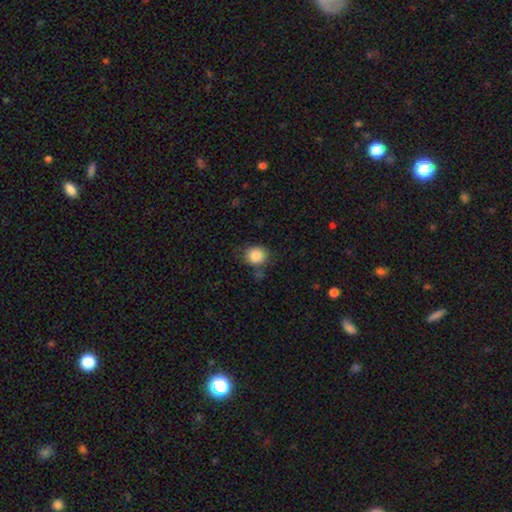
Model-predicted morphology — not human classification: The model was most divided on "how rounded": round: 79%, in between: 20%, cigar-shaped: 1%. More confident: smooth or featured — smooth (85%); merging — none (77%).